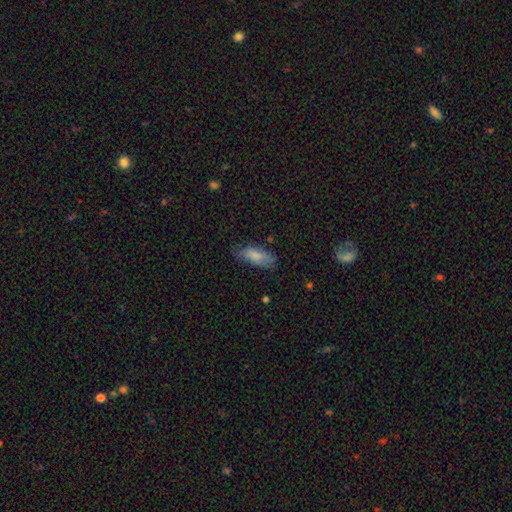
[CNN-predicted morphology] smooth-or-featured: smooth: 79% | featured or disk: 14% | star or artifact: 6%
  how-rounded: in between: 74% | cigar-shaped: 24% | round: 2%
  merging: none: 65% | minor disturbance: 27% | major disturbance: 7% | merger: 2%